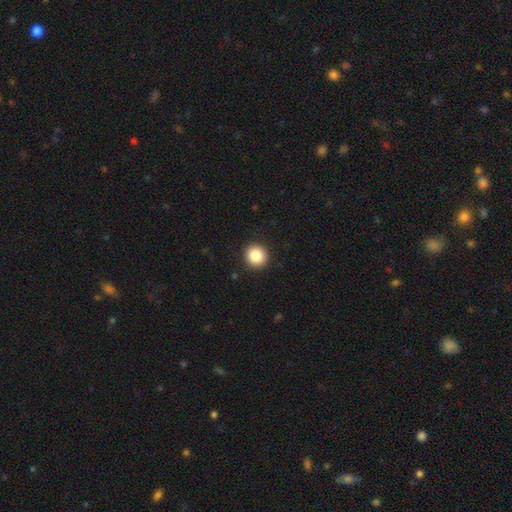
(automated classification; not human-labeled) This appears to be a smooth galaxy with no disk features (87%) that is round (93%). Merging: none (92%).